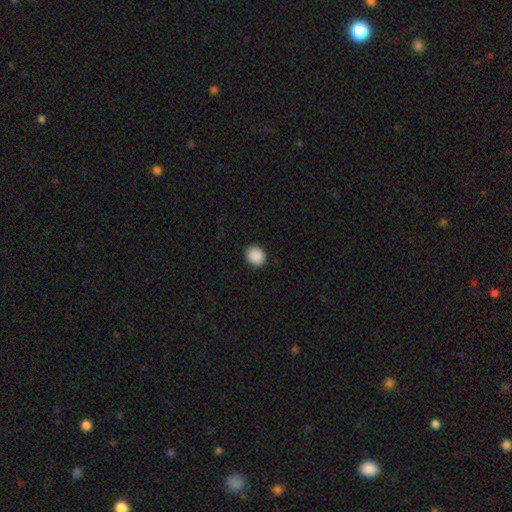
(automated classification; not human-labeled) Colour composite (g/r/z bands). It shows a smooth galaxy with no disk features (90%) that is round (77%). Merging: none (91%).